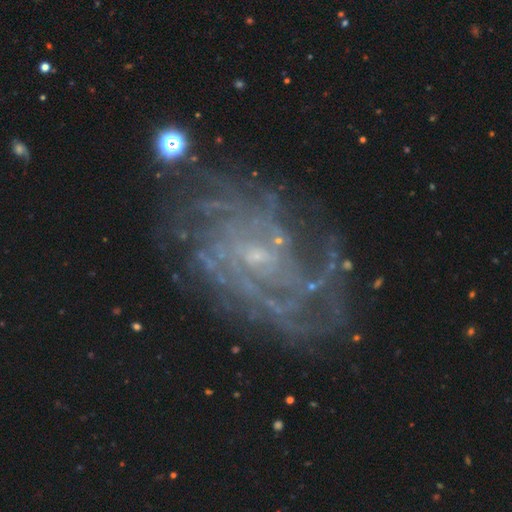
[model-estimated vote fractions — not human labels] Smooth or featured? Predicted: featured or disk (p=0.84). Edge-on disk? Predicted: no (p=0.97). Bar? Predicted: no (p=0.53). Spiral arms? Predicted: yes (p=0.94). Spiral winding? Predicted: tight (p=0.55). Spiral arm count? Predicted: can't tell (p=0.35). Bulge size? Predicted: small (p=0.80). Merging? Predicted: none (p=0.71).